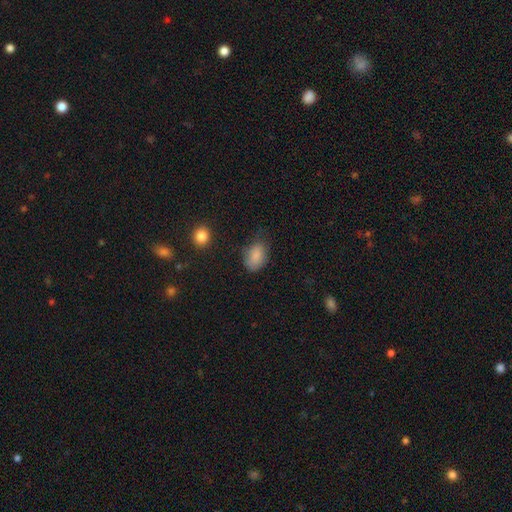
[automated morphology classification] Smooth or featured: smooth — 86% (star or artifact — 8%)
How rounded: in between — 82% (round — 17%)
Merging: none — 57% (minor disturbance — 32%)